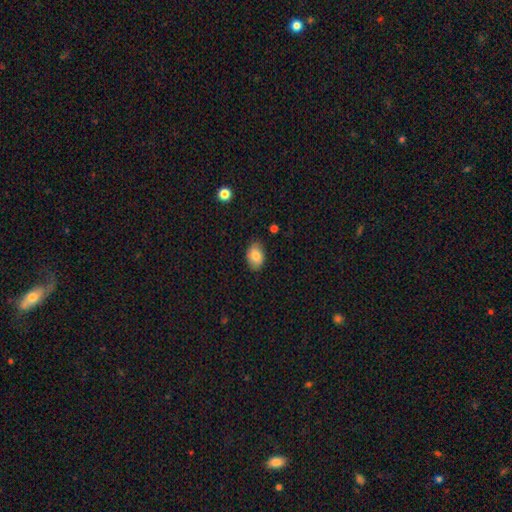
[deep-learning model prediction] Overall: smooth (83%). How rounded: in between (84%). Merging: none (80%).